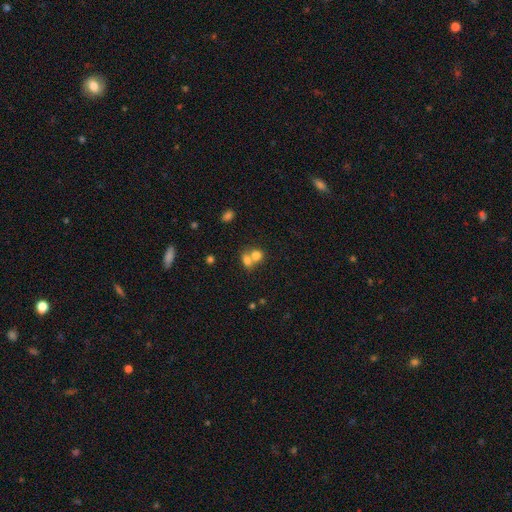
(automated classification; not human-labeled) Smooth or featured? smooth (75%)
How rounded? round (59%)
Merging? merger (64%)